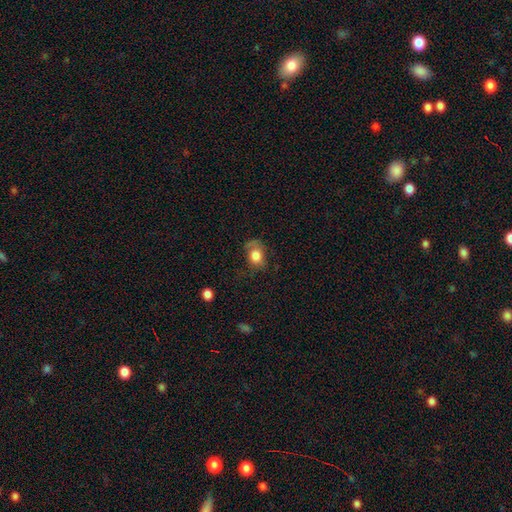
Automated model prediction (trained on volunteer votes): smooth 77%, featured or disk 13%, star or artifact 9%. Down the decision tree: how rounded — in between (53%); merging — none (49%).